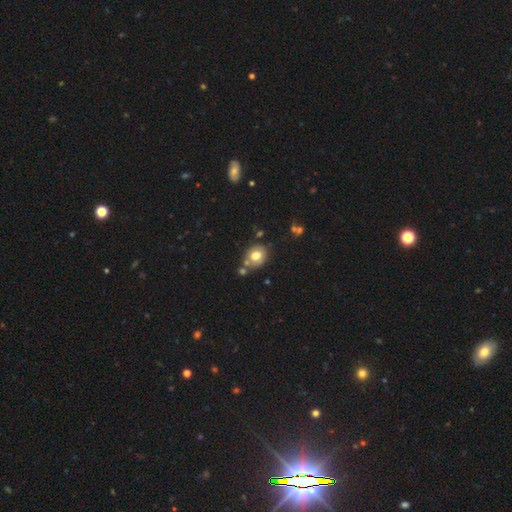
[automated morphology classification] The model was most divided on "how rounded": round: 57%, in between: 42%, cigar-shaped: 1%. More confident: smooth or featured — smooth (71%); merging — none (62%).